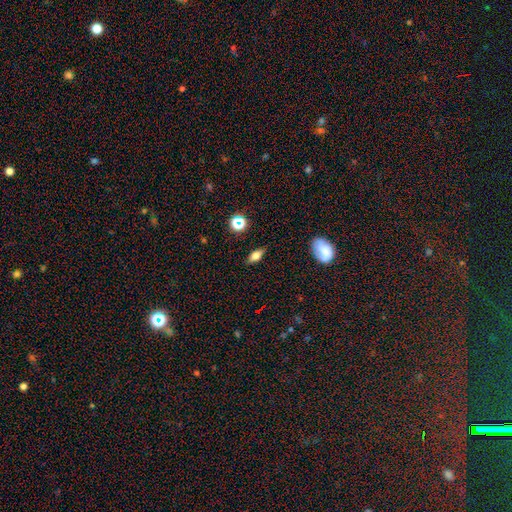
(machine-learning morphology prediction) Q: Smooth or featured?
A: smooth (64%); runner-up: featured or disk (24%)
Q: How rounded?
A: in between (73%); runner-up: cigar-shaped (18%)
Q: Merging?
A: none (85%); runner-up: minor disturbance (11%)